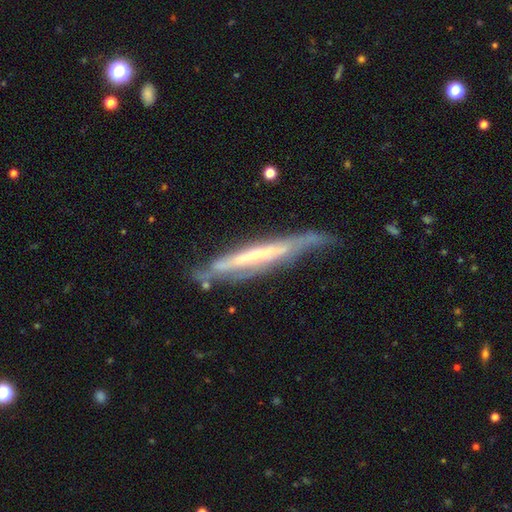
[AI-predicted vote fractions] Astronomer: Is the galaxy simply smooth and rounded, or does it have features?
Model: featured or disk — 72%.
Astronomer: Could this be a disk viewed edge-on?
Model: yes — 80%.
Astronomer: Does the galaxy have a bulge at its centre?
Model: none — 62%.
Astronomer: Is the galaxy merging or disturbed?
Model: none — 56%.